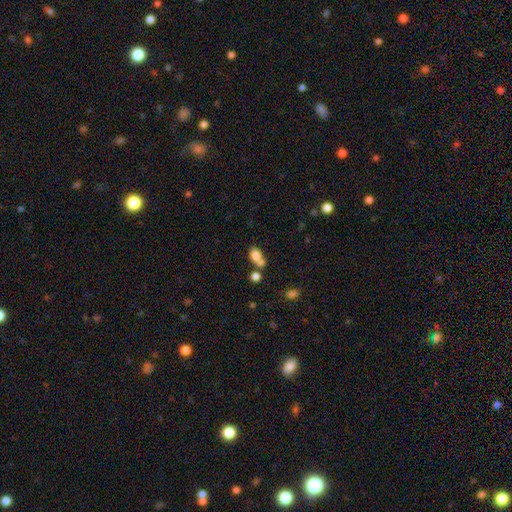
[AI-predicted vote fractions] Smooth or featured?
  - smooth: 75% *
  - featured or disk: 14%
  - star or artifact: 10%
How rounded?
  - in between: 69% *
  - round: 29%
  - cigar-shaped: 2%
Merging?
  - merger: 53% *
  - none: 31%
  - minor disturbance: 10%
  - major disturbance: 5%